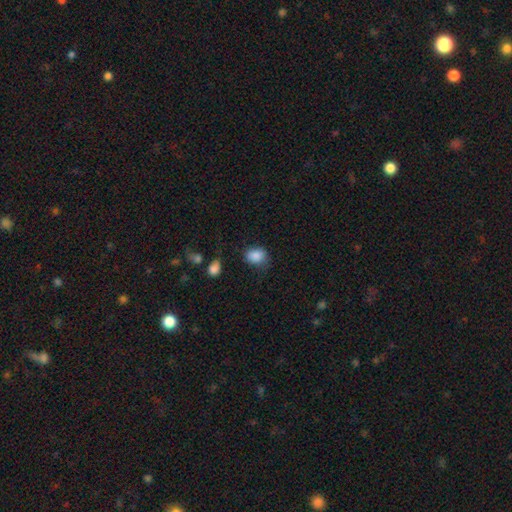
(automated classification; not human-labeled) Smooth or featured? Predicted: smooth (p=0.87). How rounded? Predicted: in between (p=0.59). Merging? Predicted: none (p=0.62).